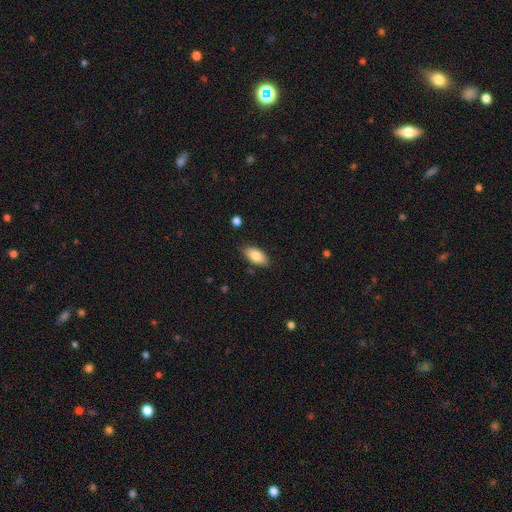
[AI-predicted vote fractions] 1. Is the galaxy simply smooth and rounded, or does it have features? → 83% smooth, 10% featured or disk, 7% star or artifact.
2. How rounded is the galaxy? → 91% in between, 7% cigar-shaped, 3% round.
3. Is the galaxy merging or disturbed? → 85% none, 11% minor disturbance, 2% major disturbance, 2% merger.